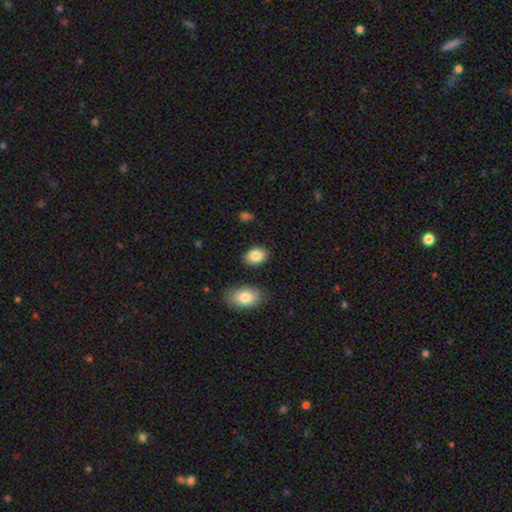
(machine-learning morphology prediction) Smooth or featured: smooth — 86% (star or artifact — 8%)
How rounded: in between — 76% (round — 23%)
Merging: none — 85% (minor disturbance — 9%)